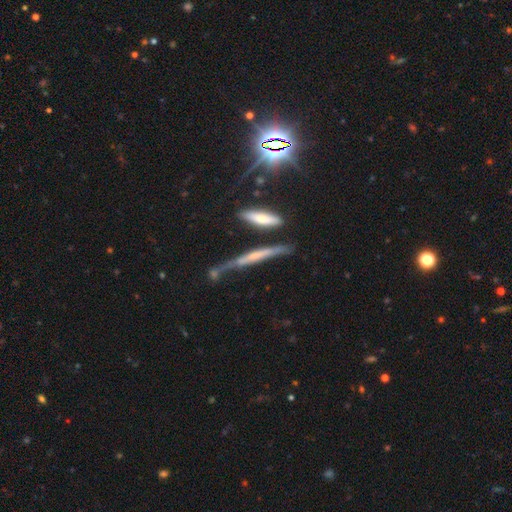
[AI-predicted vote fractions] Morphology: type=featured or disk (58%); edge-on=yes (87%); edge-on bulge=none (45%); merging=none (54%).